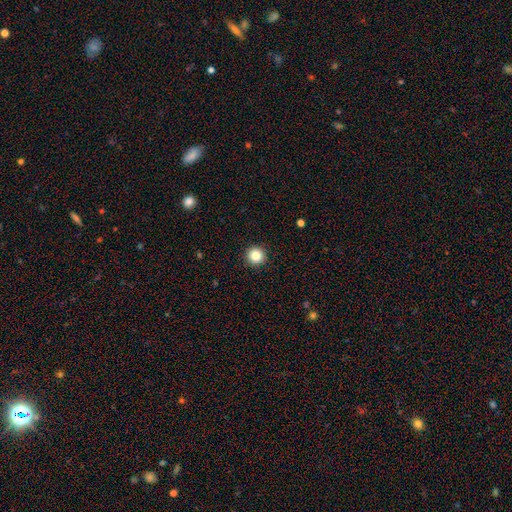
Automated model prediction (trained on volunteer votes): Smooth or featured: smooth — 86% (star or artifact — 10%)
How rounded: round — 96% (in between — 3%)
Merging: none — 93% (minor disturbance — 5%)